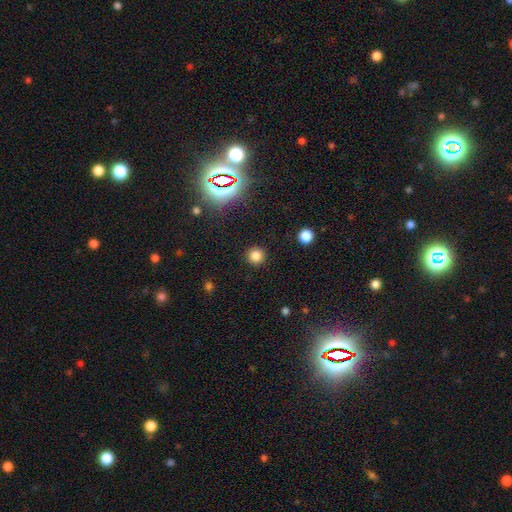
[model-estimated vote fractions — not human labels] smooth-or-featured: smooth: 80% | star or artifact: 16% | featured or disk: 5%
  how-rounded: round: 94% | in between: 5% | cigar-shaped: 1%
  merging: none: 90% | minor disturbance: 6% | major disturbance: 3% | merger: 1%